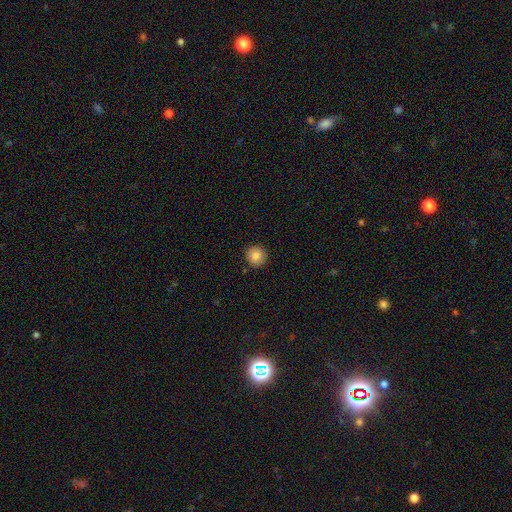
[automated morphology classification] A smooth galaxy with no disk features (85%) that is round (93%). Merging: none (90%).